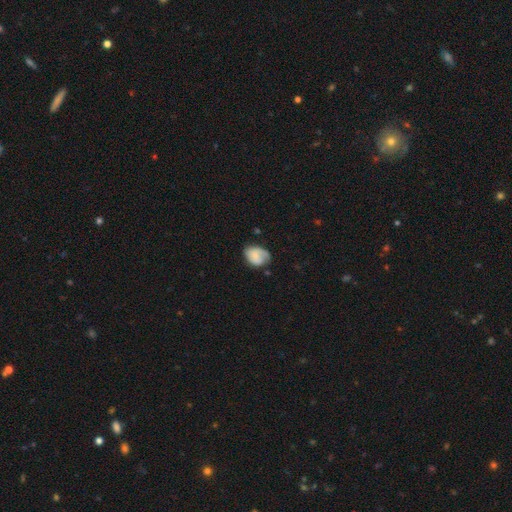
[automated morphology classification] Overall: smooth (66%; featured or disk 27%). How rounded: in between (64%; round 35%). Merging: none (52%; minor disturbance 32%).